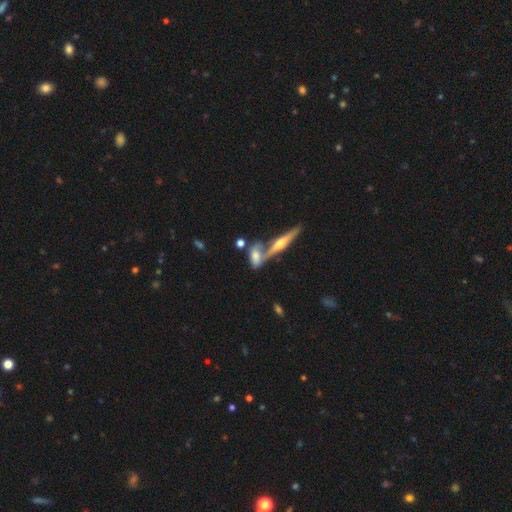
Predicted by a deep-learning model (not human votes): Smooth or featured?
  - smooth: 51% *
  - featured or disk: 40%
  - star or artifact: 9%
How rounded?
  - in between: 68% *
  - cigar-shaped: 25%
  - round: 7%
Merging?
  - none: 43% *
  - merger: 39%
  - minor disturbance: 13%
  - major disturbance: 6%